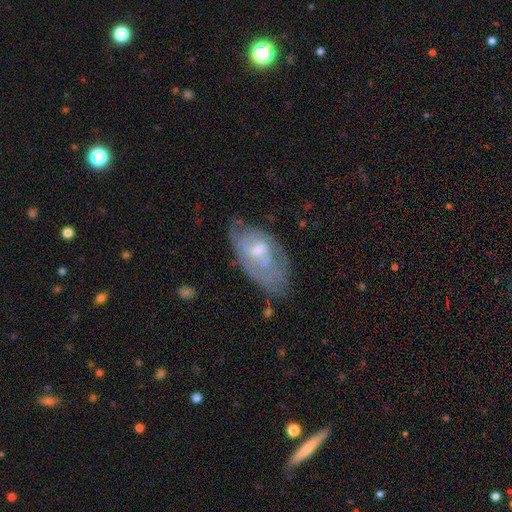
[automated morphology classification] The model was most divided on "bulge size": moderate: 54%, small: 37%, large: 4%, none: 3%, dominant: 1%. More confident: edge-on disk — no (89%); spiral arms — yes (66%); merging — none (66%); bar — no (65%); smooth or featured — featured or disk (59%).